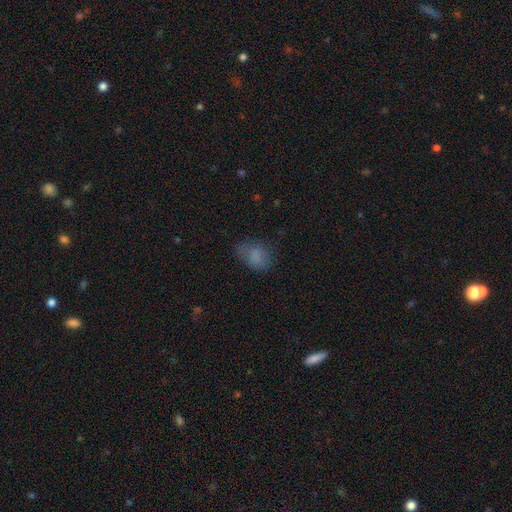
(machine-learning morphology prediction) Q: Smooth or featured?
A: smooth (77%); runner-up: star or artifact (12%)
Q: How rounded?
A: in between (77%); runner-up: round (21%)
Q: Merging?
A: none (60%); runner-up: minor disturbance (26%)